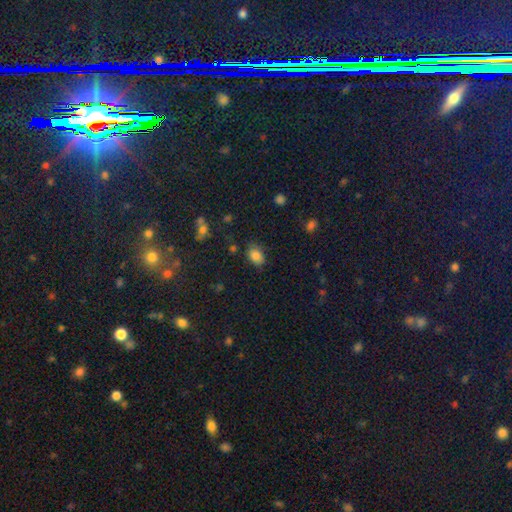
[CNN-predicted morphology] Smooth or featured: smooth — 82% (star or artifact — 11%)
How rounded: in between — 77% (round — 22%)
Merging: none — 72% (minor disturbance — 21%)